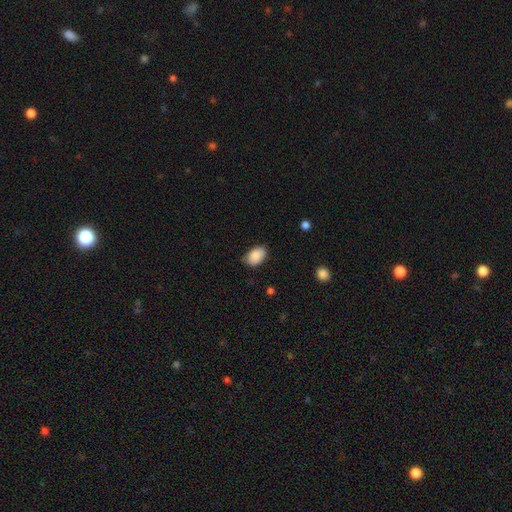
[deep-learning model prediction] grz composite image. It shows a smooth galaxy with no disk features (85%) that is in between round and cigar-shaped (87%). Merging: none (75%).